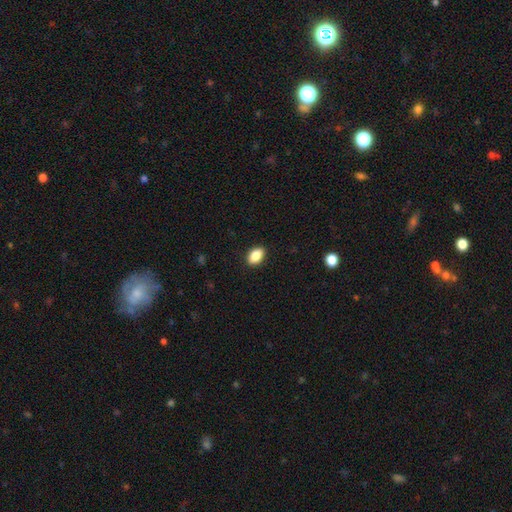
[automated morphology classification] A smooth galaxy with no disk features (87%) that is in between round and cigar-shaped (88%). Merging: none (88%).